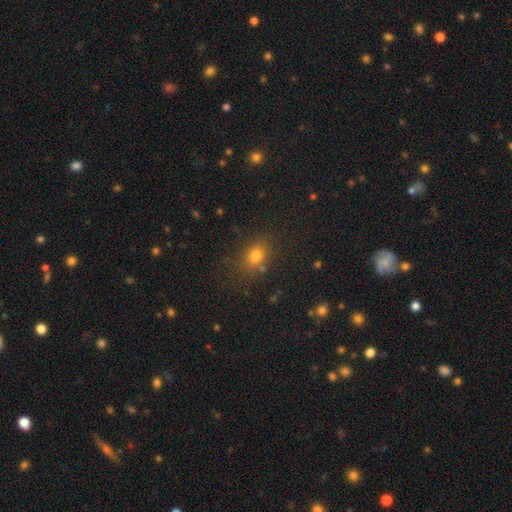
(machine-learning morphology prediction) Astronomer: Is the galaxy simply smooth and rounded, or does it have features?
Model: smooth — 76%.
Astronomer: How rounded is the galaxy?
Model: in between — 58% (runner-up: round, 41%).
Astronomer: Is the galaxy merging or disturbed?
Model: none — 76%.